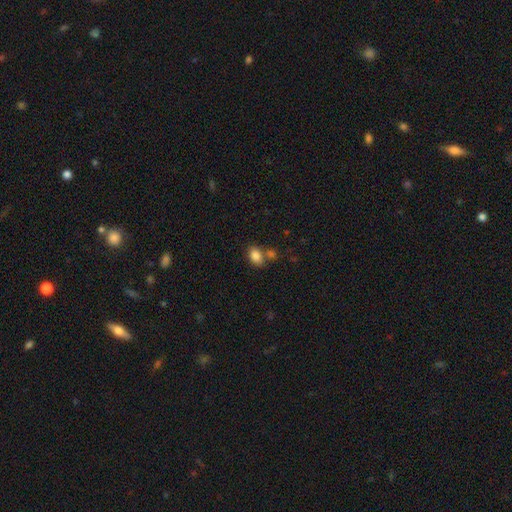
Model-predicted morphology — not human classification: smooth 84%, star or artifact 10%, featured or disk 6%. Down the decision tree: how rounded — in between (78%); merging — none (59%).